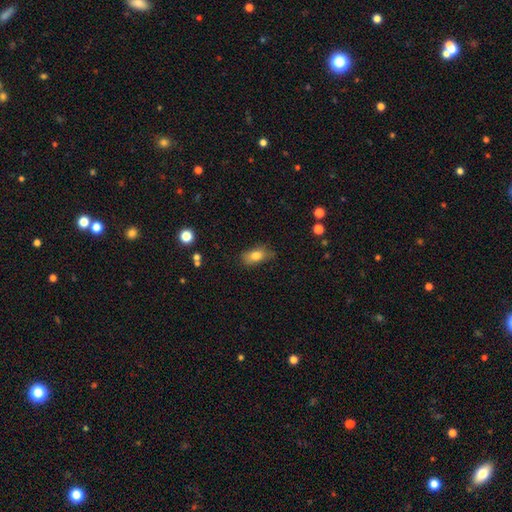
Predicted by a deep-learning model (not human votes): Smooth or featured? smooth (79%)
How rounded? in between (84%)
Merging? none (71%)